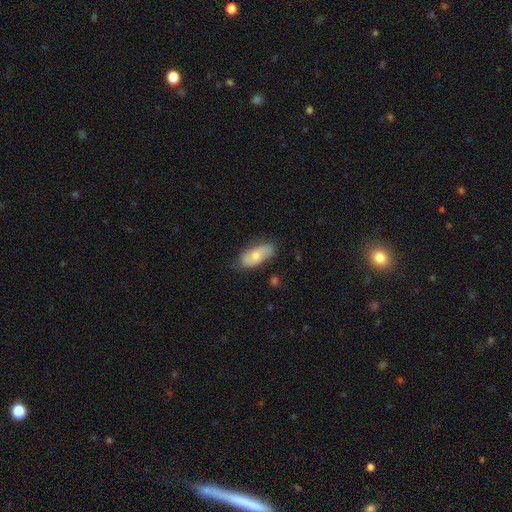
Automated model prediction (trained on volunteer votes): smooth-or-featured: smooth: 66% | featured or disk: 28% | star or artifact: 6%
  how-rounded: in between: 88% | cigar-shaped: 9% | round: 3%
  merging: none: 67% | minor disturbance: 25% | major disturbance: 6% | merger: 2%